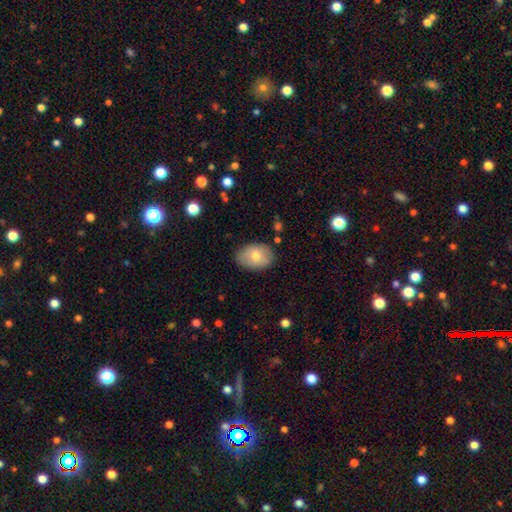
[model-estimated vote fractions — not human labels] smooth-or-featured: smooth: 73% | featured or disk: 20% | star or artifact: 7%
  how-rounded: in between: 80% | round: 19% | cigar-shaped: 1%
  merging: none: 83% | minor disturbance: 13% | major disturbance: 3% | merger: 1%